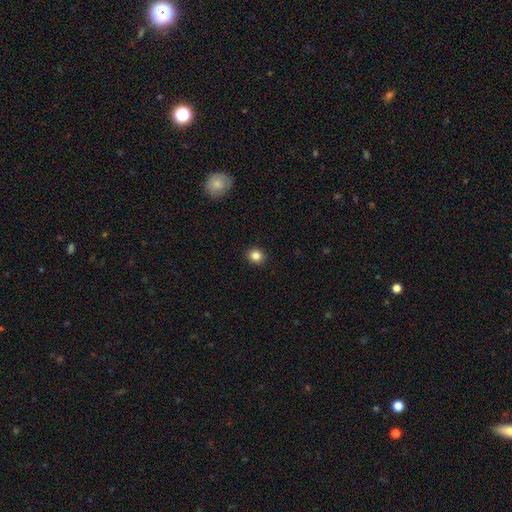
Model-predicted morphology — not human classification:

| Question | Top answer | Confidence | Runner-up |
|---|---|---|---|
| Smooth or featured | smooth | 84% | star or artifact (11%) |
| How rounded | round | 83% | in between (16%) |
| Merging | none | 92% | minor disturbance (5%) |